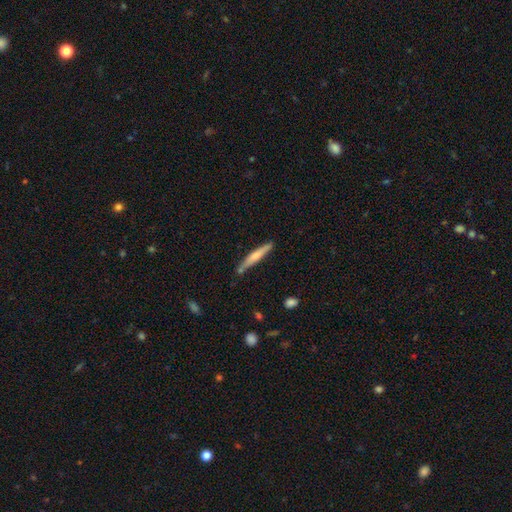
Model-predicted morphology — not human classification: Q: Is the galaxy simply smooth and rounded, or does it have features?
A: smooth — 57%.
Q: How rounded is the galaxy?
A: cigar-shaped — 94%.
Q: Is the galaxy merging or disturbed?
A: none — 78%.